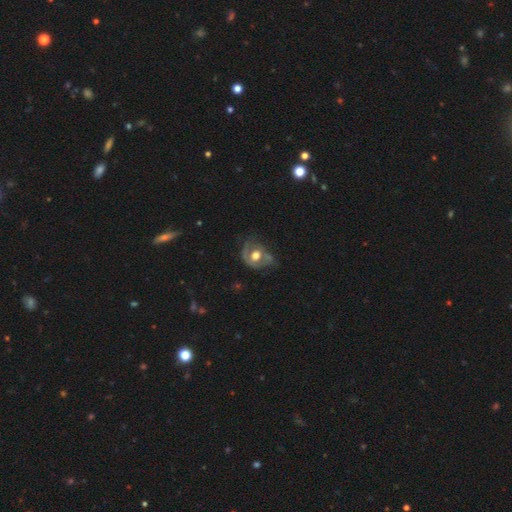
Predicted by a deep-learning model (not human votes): featured or disk 58%, smooth 35%, star or artifact 7%. Down the decision tree: edge-on disk — no (96%); bar — no (74%); spiral arms — no (52%); bulge size — moderate (56%); merging — none (43%).